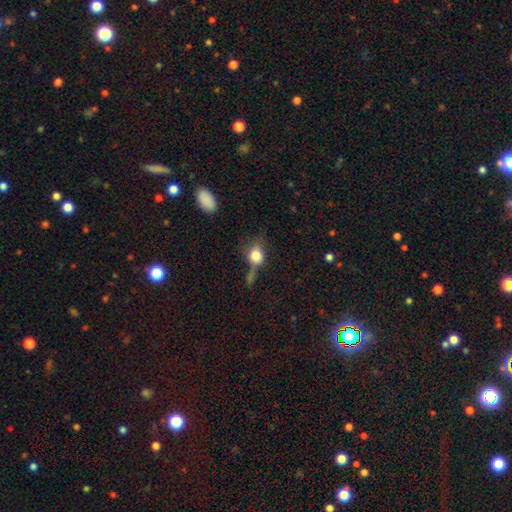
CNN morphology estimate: smooth 68%, featured or disk 20%, star or artifact 12%. Down the decision tree: how rounded — round (57%); merging — none (40%).